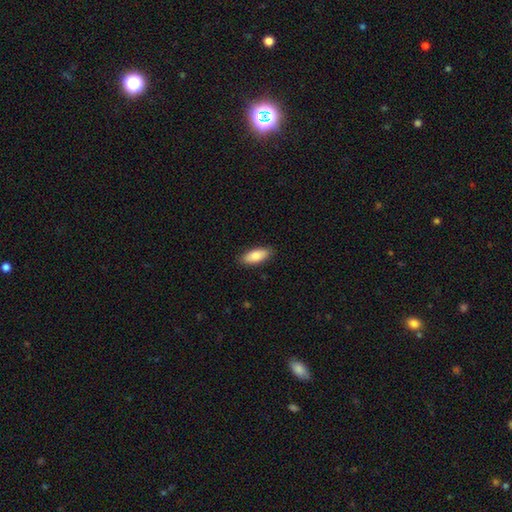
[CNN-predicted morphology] Overall: smooth (83%). How rounded: in between (85%). Merging: none (88%).